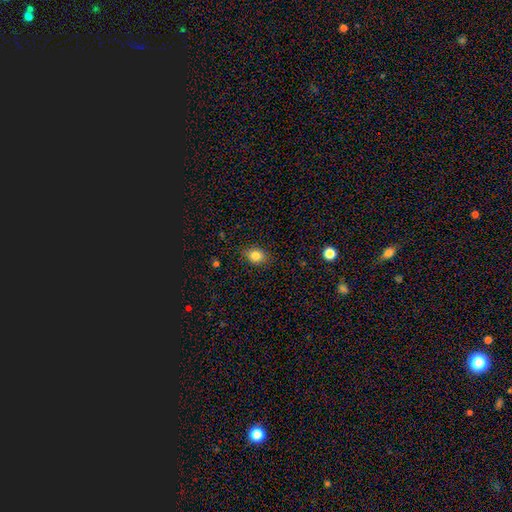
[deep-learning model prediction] smooth_or_featured: smooth (p=0.83) [alt: star or artifact p=0.10]
how_rounded: in between (p=0.53) [alt: round p=0.46]
merging: none (p=0.84) [alt: minor disturbance p=0.12]